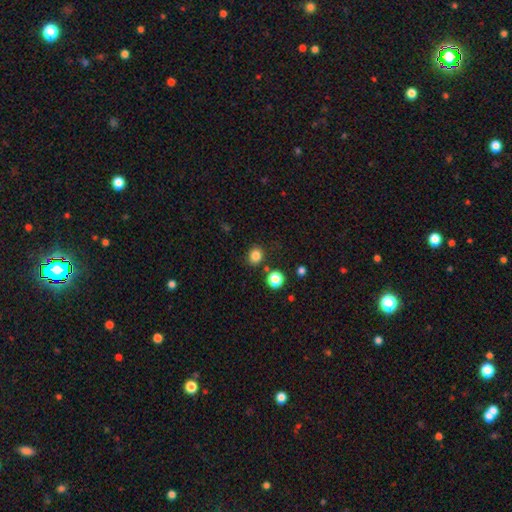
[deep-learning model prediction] Smooth or featured? smooth (83%)
How rounded? round (72%)
Merging? none (83%)